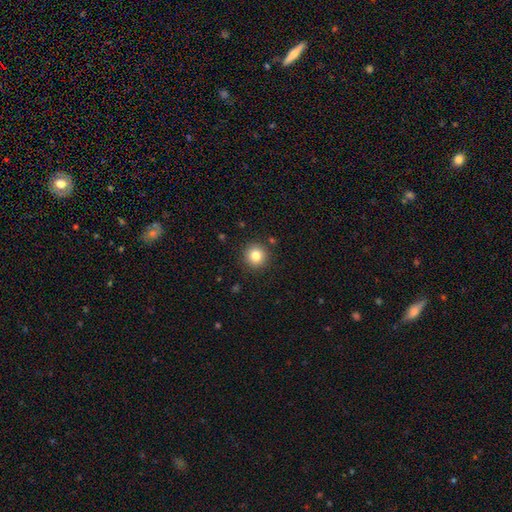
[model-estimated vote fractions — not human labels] Overall: smooth (81%). How rounded: round (94%). Merging: none (90%).